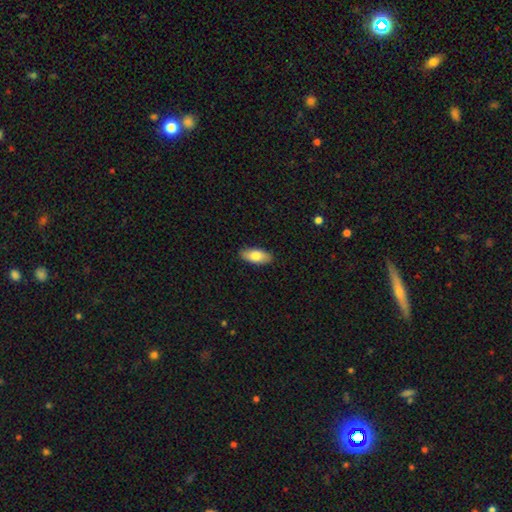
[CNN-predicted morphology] Smooth or featured?
  - smooth: 81% *
  - featured or disk: 13%
  - star or artifact: 6%
How rounded?
  - in between: 87% *
  - cigar-shaped: 11%
  - round: 2%
Merging?
  - none: 89% *
  - minor disturbance: 9%
  - major disturbance: 2%
  - merger: 1%